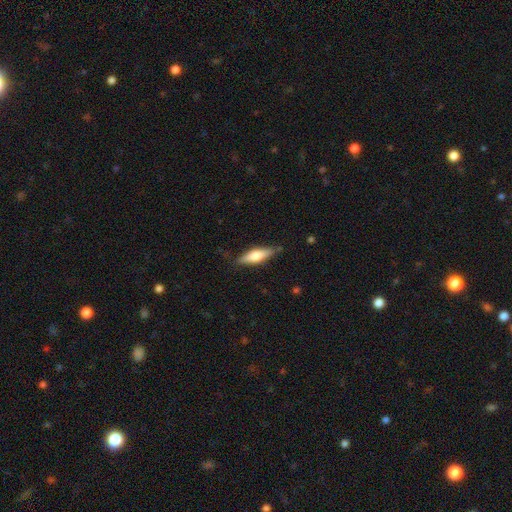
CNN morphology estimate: Q: Smooth or featured?
A: smooth (51%); runner-up: featured or disk (43%)
Q: How rounded?
A: cigar-shaped (56%); runner-up: in between (42%)
Q: Merging?
A: none (81%); runner-up: minor disturbance (14%)